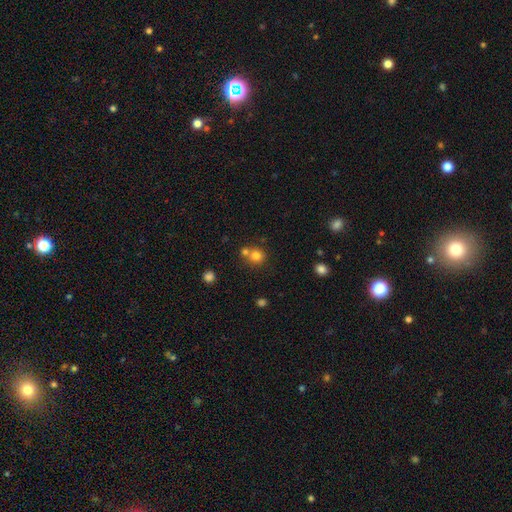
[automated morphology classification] This is likely a smooth galaxy (78%). How rounded: clearly round (88%). Merging: possibly none (56%).